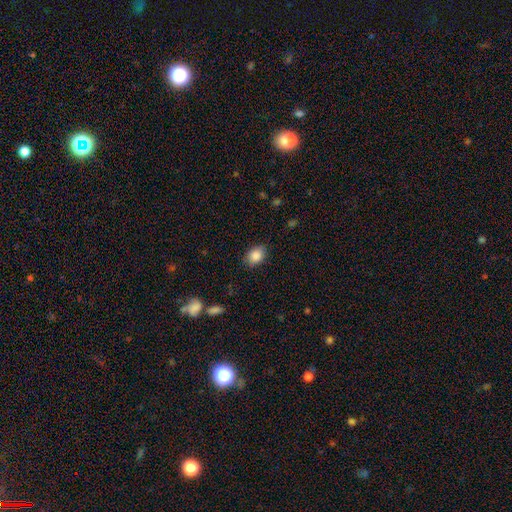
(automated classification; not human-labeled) smooth-or-featured: smooth: 87% | star or artifact: 8% | featured or disk: 5%
  how-rounded: in between: 75% | round: 24% | cigar-shaped: 1%
  merging: none: 82% | minor disturbance: 14% | major disturbance: 3% | merger: 1%